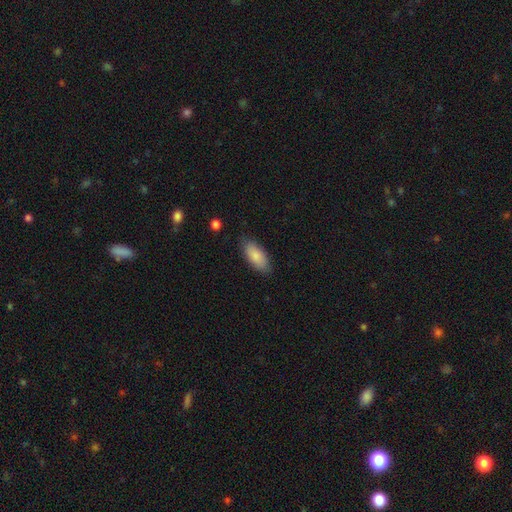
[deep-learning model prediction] Smooth or featured: smooth — 84% (featured or disk — 10%)
How rounded: in between — 87% (cigar-shaped — 11%)
Merging: none — 81% (minor disturbance — 15%)